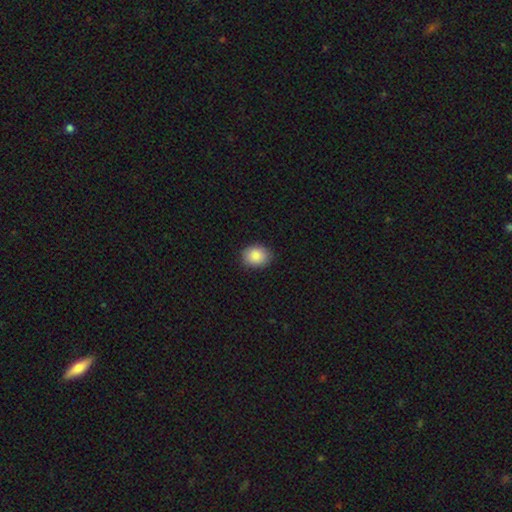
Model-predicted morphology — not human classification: Q: Smooth or featured?
A: smooth (88%); runner-up: star or artifact (8%)
Q: How rounded?
A: in between (50%); runner-up: round (49%)
Q: Merging?
A: none (86%); runner-up: minor disturbance (11%)